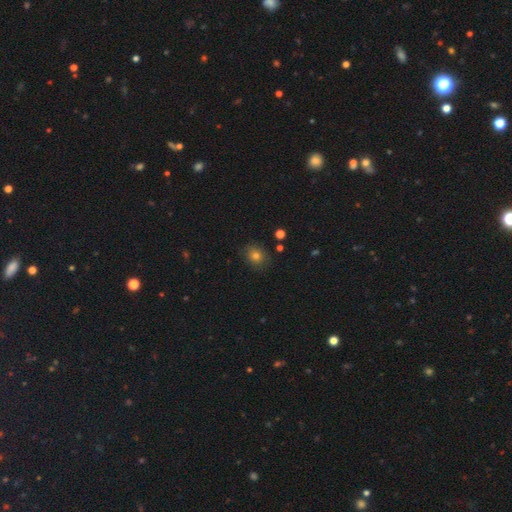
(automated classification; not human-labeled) Smooth or featured? Predicted: smooth (p=0.77). How rounded? Predicted: round (p=0.67). Merging? Predicted: none (p=0.82).